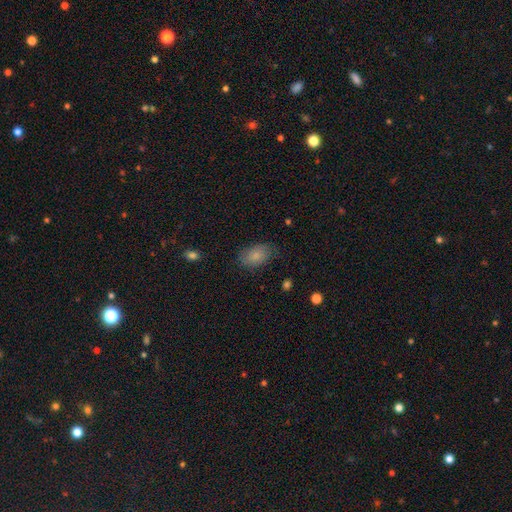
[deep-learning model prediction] smooth-or-featured: smooth: 81% | featured or disk: 11% | star or artifact: 8%
  how-rounded: in between: 89% | round: 10% | cigar-shaped: 1%
  merging: none: 73% | minor disturbance: 21% | major disturbance: 5% | merger: 1%